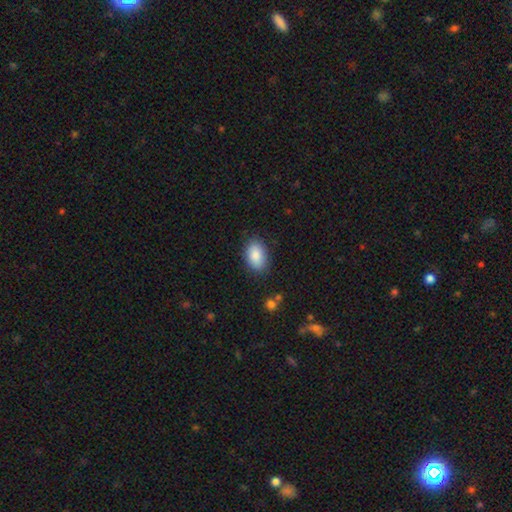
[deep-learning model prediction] The model was most divided on "merging": none: 83%, minor disturbance: 12%, major disturbance: 3%, merger: 1%. More confident: how rounded — in between (91%); smooth or featured — smooth (87%).